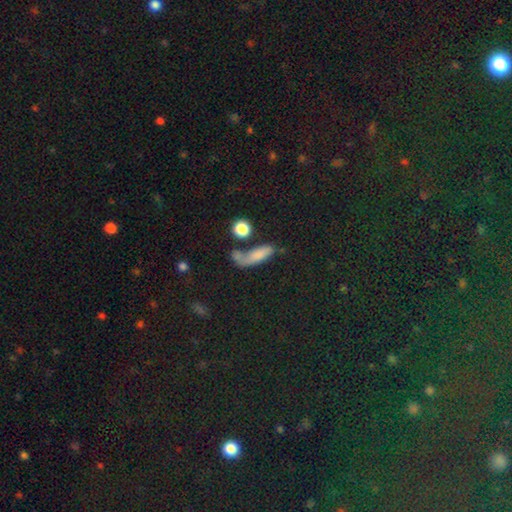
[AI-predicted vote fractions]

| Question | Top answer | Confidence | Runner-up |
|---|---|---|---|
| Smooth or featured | smooth | 67% | star or artifact (17%) |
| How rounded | in between | 51% | cigar-shaped (37%) |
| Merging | none | 39% | merger (25%) |